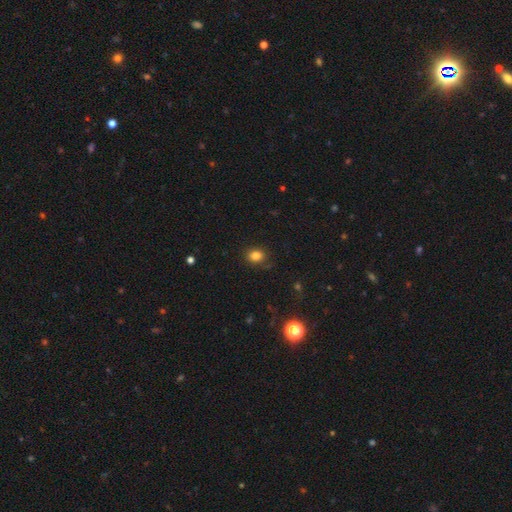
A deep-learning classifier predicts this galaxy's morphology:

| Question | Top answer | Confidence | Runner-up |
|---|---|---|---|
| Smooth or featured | smooth | 83% | star or artifact (12%) |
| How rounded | round | 54% | in between (45%) |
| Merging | none | 81% | minor disturbance (13%) |